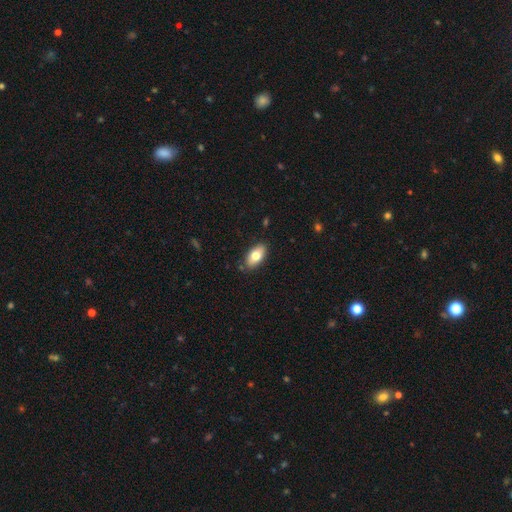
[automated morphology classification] smooth 76%, featured or disk 17%, star or artifact 7%. Down the decision tree: how rounded — in between (91%); merging — none (85%).